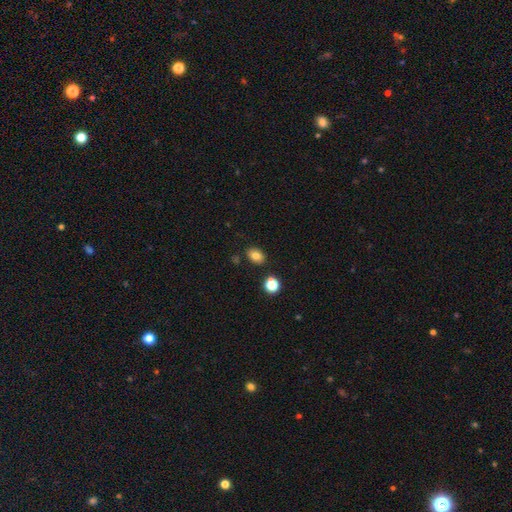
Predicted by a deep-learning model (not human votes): The model was most divided on "how rounded": in between: 72%, round: 27%, cigar-shaped: 1%. More confident: merging — none (83%); smooth or featured — smooth (82%).